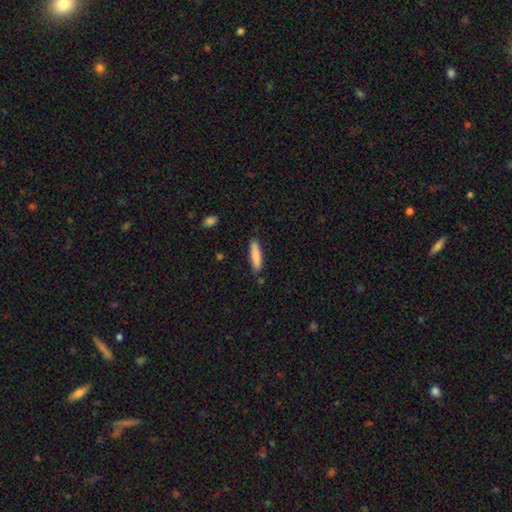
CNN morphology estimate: This appears to be a smooth galaxy with no disk features (85%) that is cigar-shaped (80%). Merging: none (84%).